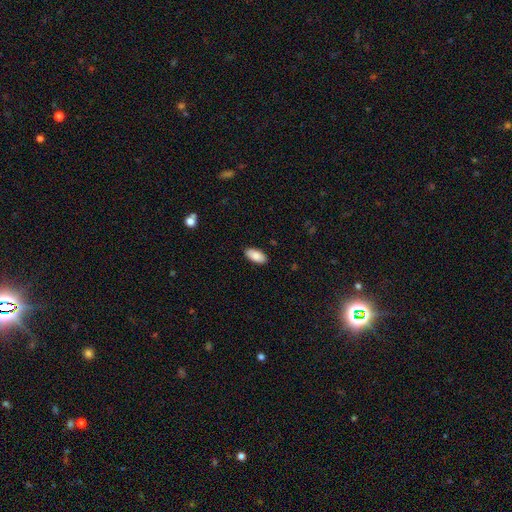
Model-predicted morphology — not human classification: Smooth or featured?
  - smooth: 88% *
  - star or artifact: 6%
  - featured or disk: 6%
How rounded?
  - in between: 93% *
  - cigar-shaped: 5%
  - round: 2%
Merging?
  - none: 89% *
  - minor disturbance: 8%
  - major disturbance: 2%
  - merger: 1%